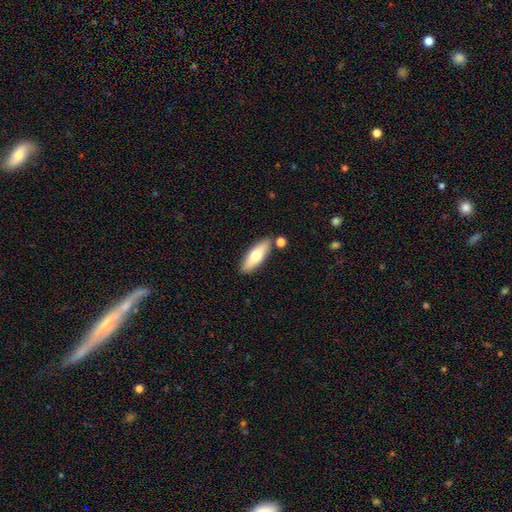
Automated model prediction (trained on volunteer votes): smooth-or-featured: smooth: 65% | featured or disk: 29% | star or artifact: 6%
  how-rounded: in between: 56% | cigar-shaped: 41% | round: 2%
  merging: none: 82% | minor disturbance: 10% | merger: 6% | major disturbance: 2%